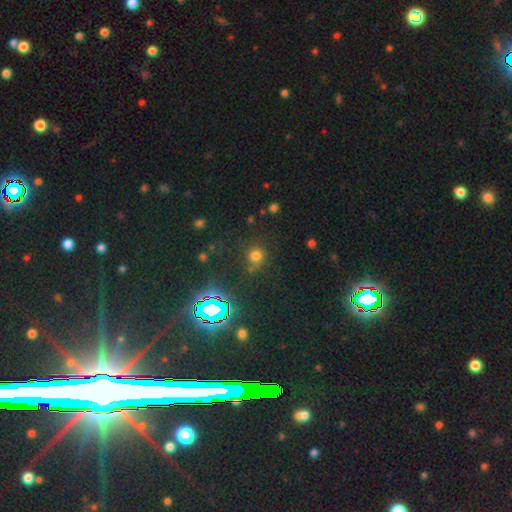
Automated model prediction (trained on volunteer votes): smooth_or_featured: smooth (p=0.64) [alt: star or artifact p=0.29]
how_rounded: round (p=0.91) [alt: in between p=0.08]
merging: none (p=0.78) [alt: minor disturbance p=0.11]